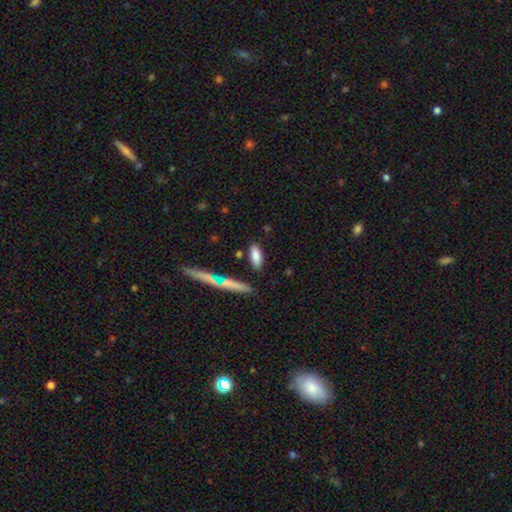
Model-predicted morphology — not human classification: The model was most divided on "how rounded": in between: 72%, cigar-shaped: 26%, round: 2%. More confident: smooth or featured — smooth (83%); merging — none (81%).